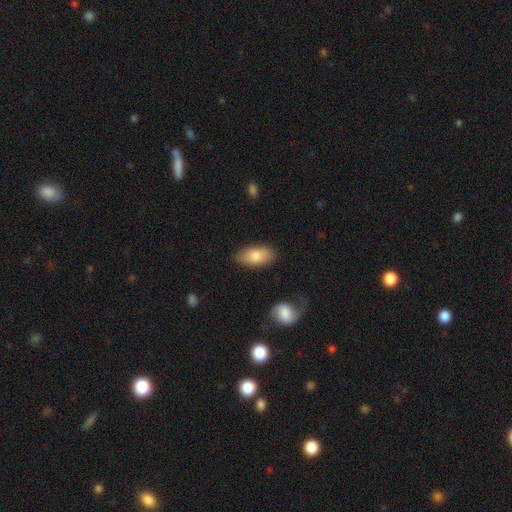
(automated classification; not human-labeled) Smooth or featured: smooth — 80% (featured or disk — 14%)
How rounded: in between — 93% (cigar-shaped — 4%)
Merging: none — 84% (minor disturbance — 11%)